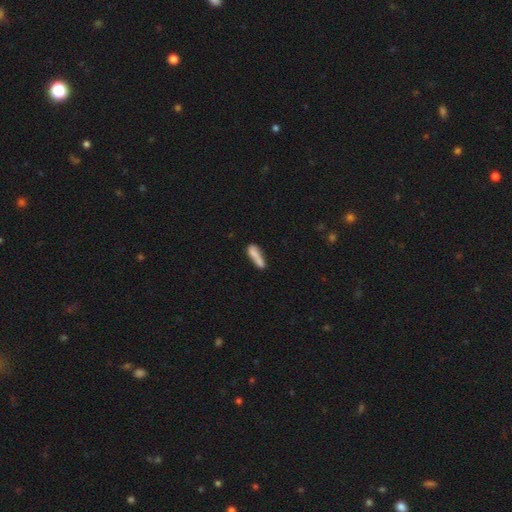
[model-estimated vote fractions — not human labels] Smooth or featured? Predicted: smooth (p=0.75). How rounded? Predicted: cigar-shaped (p=0.72). Merging? Predicted: none (p=0.48).